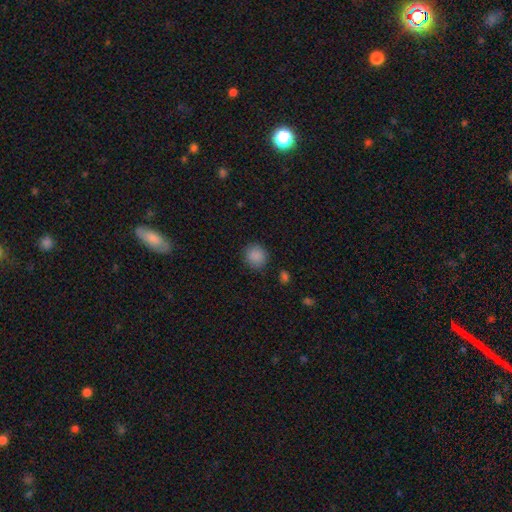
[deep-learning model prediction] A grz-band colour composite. It shows a smooth galaxy with no disk features (88%) that is round (88%). Merging: none (87%).